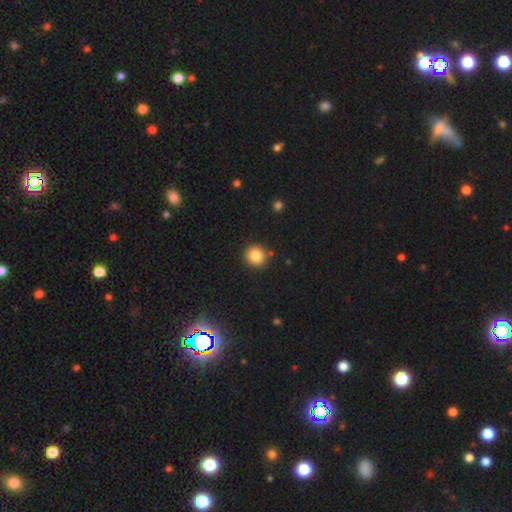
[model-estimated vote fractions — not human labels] smooth 84%, star or artifact 11%, featured or disk 5%. Down the decision tree: how rounded — round (92%); merging — none (88%).